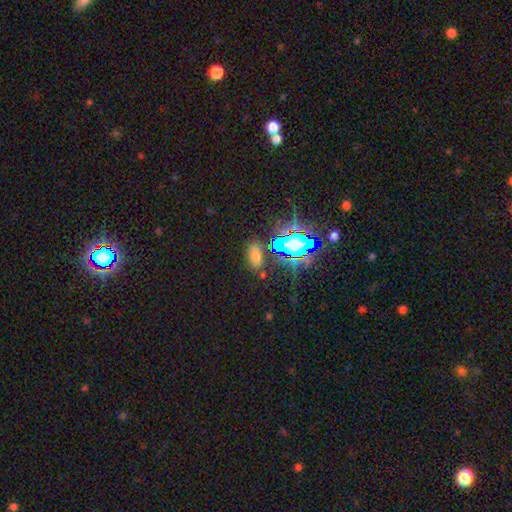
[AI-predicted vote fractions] Q: Smooth or featured?
A: smooth (59%); runner-up: star or artifact (32%)
Q: How rounded?
A: in between (89%); runner-up: round (6%)
Q: Merging?
A: none (80%); runner-up: minor disturbance (12%)